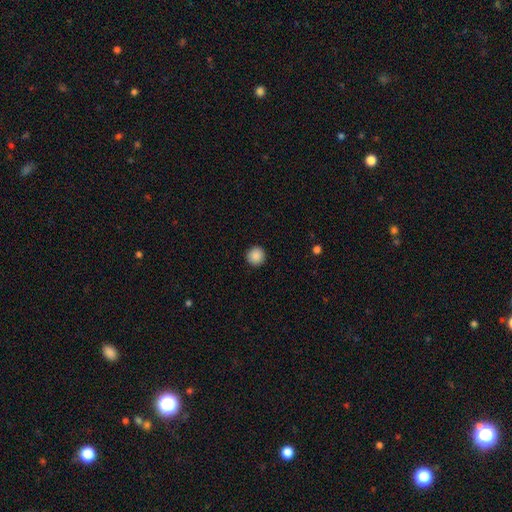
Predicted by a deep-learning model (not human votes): Morphology: type=smooth (89%); roundness=round (95%); merging=none (93%).